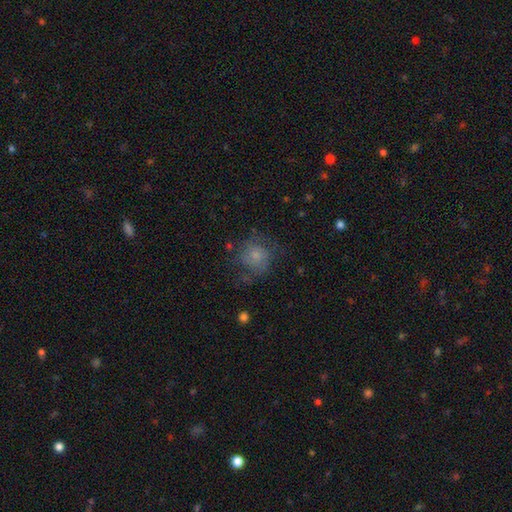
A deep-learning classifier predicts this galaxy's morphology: The model was most divided on "smooth or featured": smooth: 58%, featured or disk: 29%, star or artifact: 12%. More confident: how rounded — round (80%); merging — none (54%).